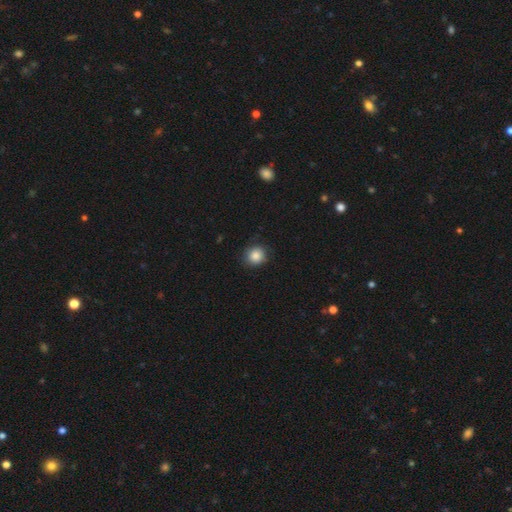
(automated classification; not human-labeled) A smooth galaxy with no disk features (86%) that is round (87%).

Vote fractions:
- Smooth or featured? smooth: 86% / star or artifact: 9% / featured or disk: 5%
- How rounded? round: 87% / in between: 12% / cigar-shaped: 1%
- Merging? none: 85% / minor disturbance: 12% / major disturbance: 3% / merger: 1%